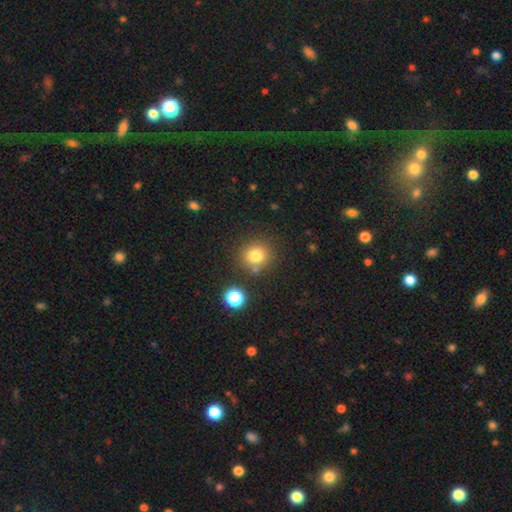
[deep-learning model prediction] Smooth or featured? Predicted: smooth (p=0.77). How rounded? Predicted: round (p=0.87). Merging? Predicted: none (p=0.77).